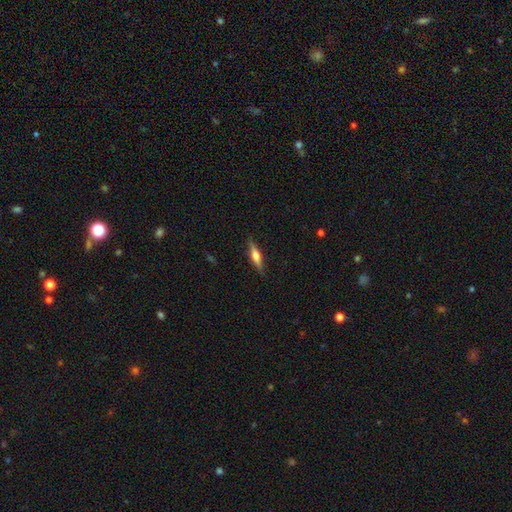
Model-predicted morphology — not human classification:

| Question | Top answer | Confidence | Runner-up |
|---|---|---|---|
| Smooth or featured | featured or disk | 57% | smooth (37%) |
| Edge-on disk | yes | 96% | no (4%) |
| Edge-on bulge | rounded | 86% | boxy (10%) |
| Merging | none | 88% | minor disturbance (9%) |